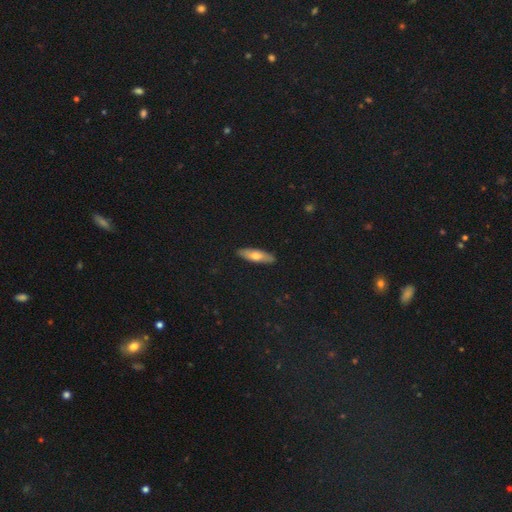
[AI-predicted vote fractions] Morphology: type=smooth (61%); roundness=cigar-shaped (51%); merging=none (89%).